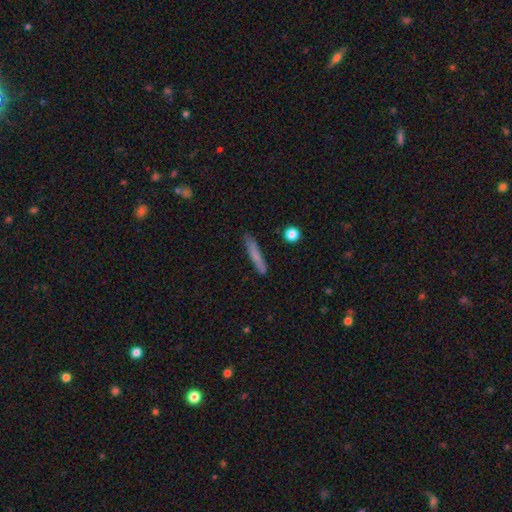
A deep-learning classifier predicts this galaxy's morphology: smooth_or_featured: smooth (p=0.72) [alt: featured or disk p=0.21]
how_rounded: cigar-shaped (p=0.94) [alt: in between p=0.04]
merging: none (p=0.86) [alt: minor disturbance p=0.10]